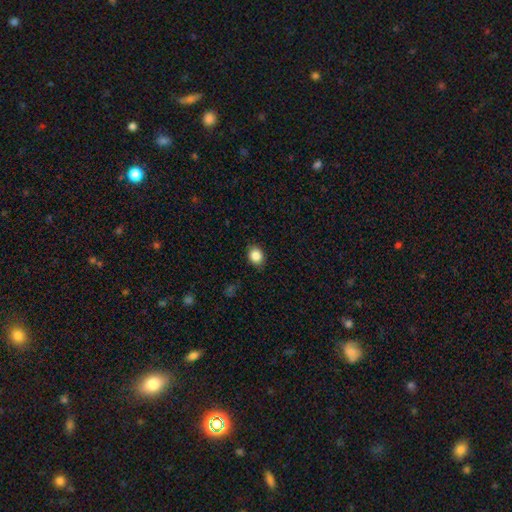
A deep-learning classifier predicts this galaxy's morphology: This is clearly a smooth galaxy (86%). How rounded: possibly round (53%). Merging: clearly none (86%).